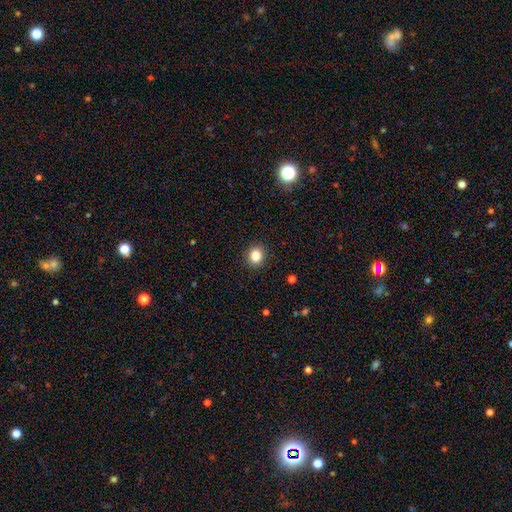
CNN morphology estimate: A smooth galaxy with no disk features (85%) that is round (75%).

Vote fractions:
- Smooth or featured? smooth: 85% / star or artifact: 11% / featured or disk: 4%
- How rounded? round: 75% / in between: 24% / cigar-shaped: 1%
- Merging? none: 91% / minor disturbance: 6% / major disturbance: 2% / merger: 1%